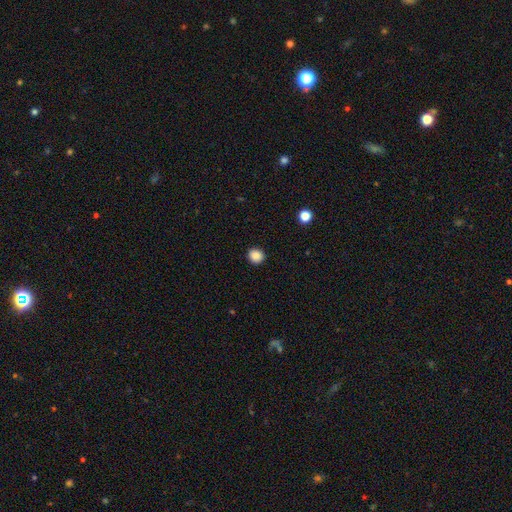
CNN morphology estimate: smooth 87%, star or artifact 10%, featured or disk 3%. Down the decision tree: how rounded — round (83%); merging — none (90%).